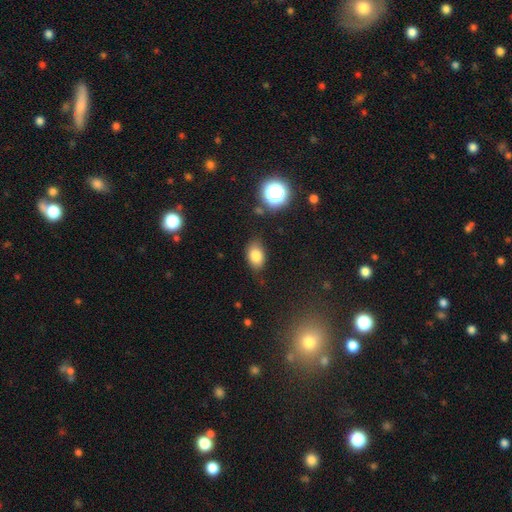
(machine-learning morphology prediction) smooth 81%, star or artifact 11%, featured or disk 8%. Down the decision tree: how rounded — in between (84%); merging — none (76%).